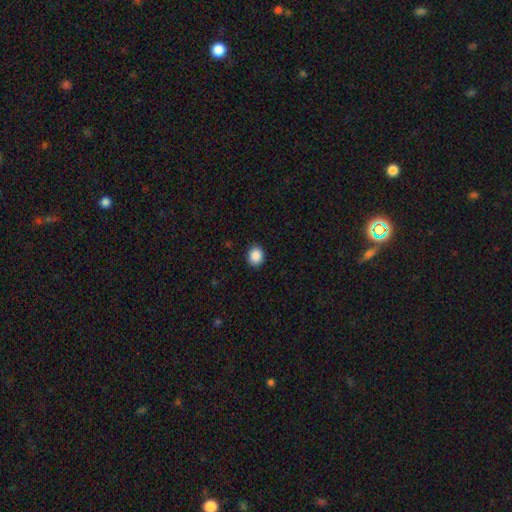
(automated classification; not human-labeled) Morphology: type=smooth (89%); roundness=round (61%); merging=none (89%).